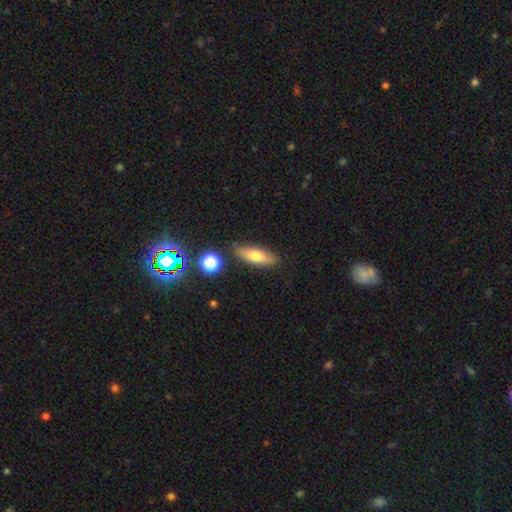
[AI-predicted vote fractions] This is likely a smooth galaxy (69%). How rounded: possibly in between (57%). Merging: clearly none (81%).